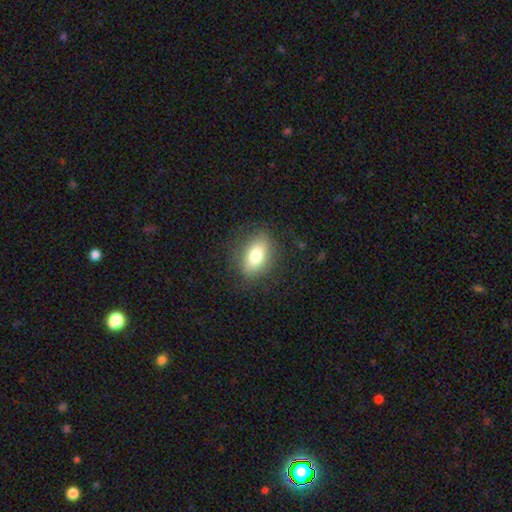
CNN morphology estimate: Smooth or featured?
  - smooth: 78% *
  - featured or disk: 14%
  - star or artifact: 8%
How rounded?
  - in between: 86% *
  - round: 11%
  - cigar-shaped: 3%
Merging?
  - none: 82% *
  - minor disturbance: 12%
  - major disturbance: 5%
  - merger: 1%